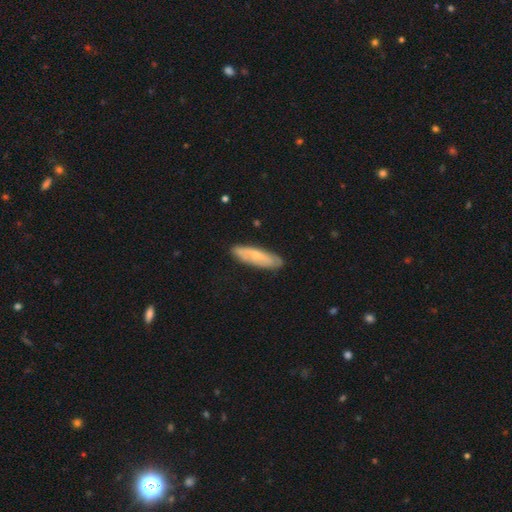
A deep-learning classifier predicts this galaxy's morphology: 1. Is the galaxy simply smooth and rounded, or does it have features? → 55% smooth, 39% featured or disk, 6% star or artifact.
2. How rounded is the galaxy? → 63% cigar-shaped, 35% in between, 2% round.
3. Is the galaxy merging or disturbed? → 83% none, 13% minor disturbance, 2% major disturbance, 1% merger.